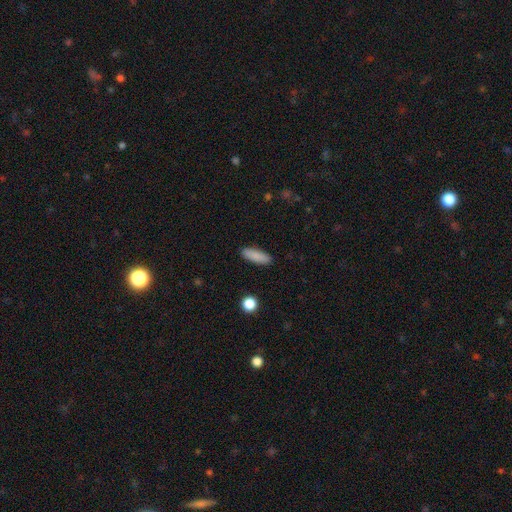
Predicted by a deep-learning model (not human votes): Smooth or featured? smooth (87%)
How rounded? in between (50%)
Merging? none (90%)